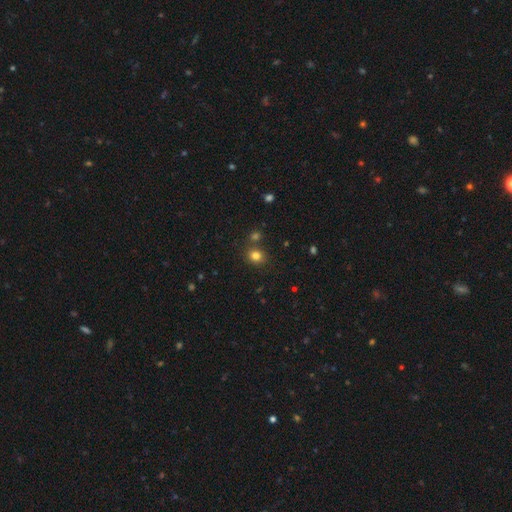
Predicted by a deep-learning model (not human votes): This appears to be a smooth galaxy with no disk features (79%) that is round (71%). Merging: none (76%).